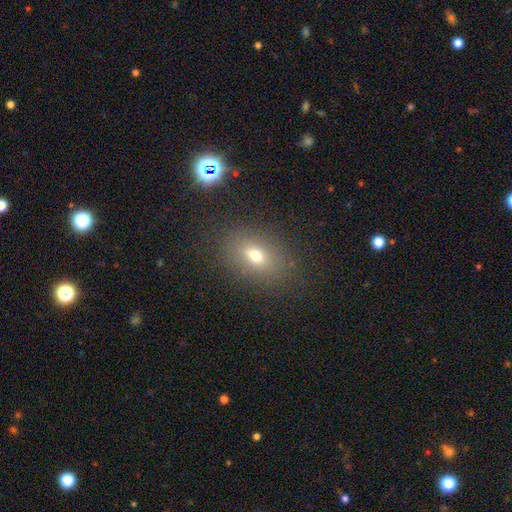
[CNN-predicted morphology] Overall: smooth (67%). How rounded: in between (76%). Merging: none (83%).